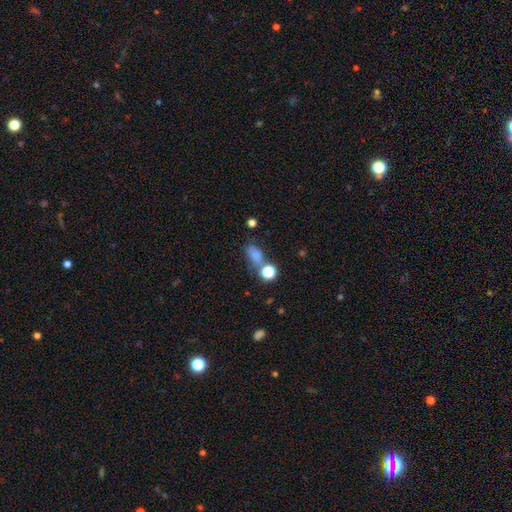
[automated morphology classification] Smooth or featured: smooth — 73% (star or artifact — 17%)
How rounded: in between — 73% (round — 21%)
Merging: none — 49% (merger — 23%)